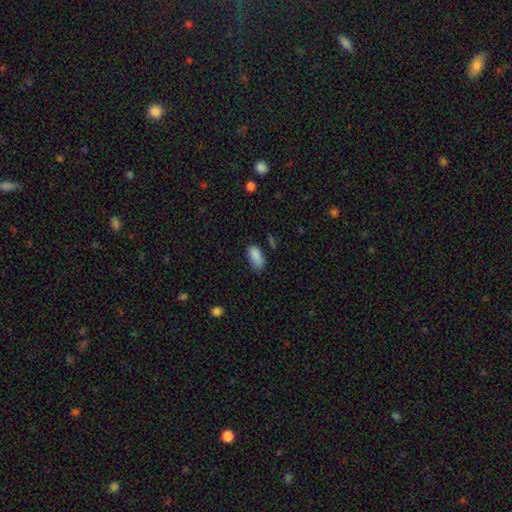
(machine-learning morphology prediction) This appears to be a smooth galaxy with no disk features (87%) that is in between round and cigar-shaped (92%). Merging: none (61%).